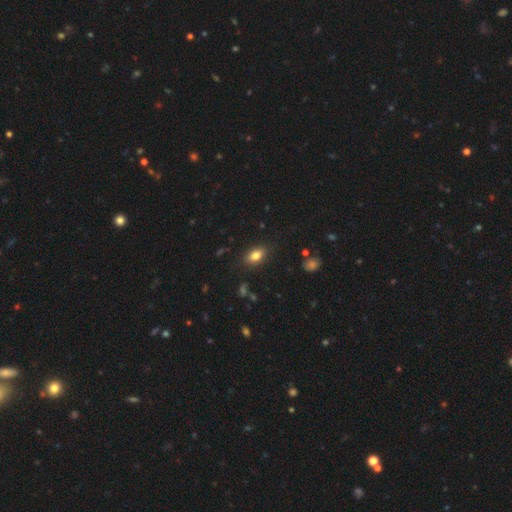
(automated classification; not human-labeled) Smooth or featured: smooth — 81% (star or artifact — 10%)
How rounded: in between — 86% (round — 11%)
Merging: none — 85% (minor disturbance — 11%)